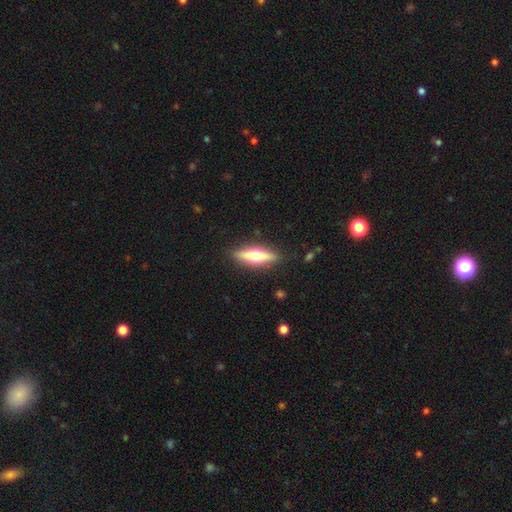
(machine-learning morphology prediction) smooth_or_featured: featured or disk (p=0.53) [alt: smooth p=0.42]
disk_edge_on: yes (p=0.94) [alt: no p=0.06]
merging: none (p=0.88) [alt: minor disturbance p=0.08]